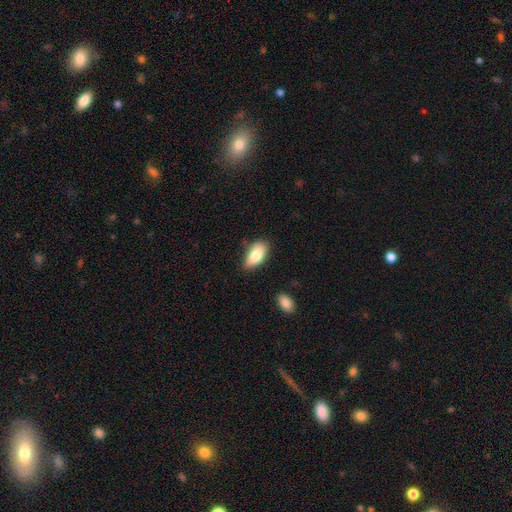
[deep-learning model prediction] smooth_or_featured: smooth (p=0.81) [alt: featured or disk p=0.12]
how_rounded: in between (p=0.91) [alt: cigar-shaped p=0.05]
merging: none (p=0.74) [alt: minor disturbance p=0.20]